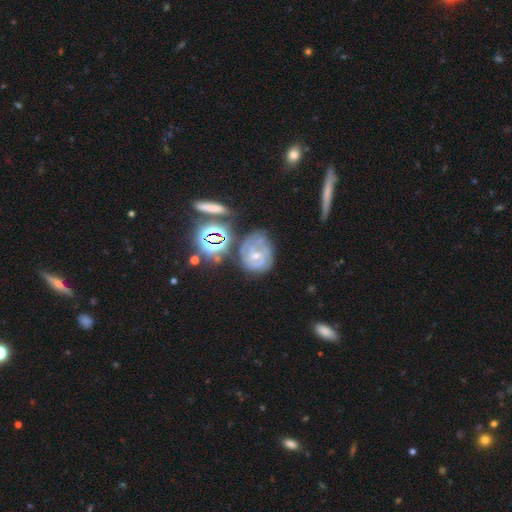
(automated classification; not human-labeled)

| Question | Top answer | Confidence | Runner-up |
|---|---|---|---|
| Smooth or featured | featured or disk | 75% | smooth (13%) |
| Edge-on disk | no | 97% | yes (3%) |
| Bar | no | 50% | weak (39%) |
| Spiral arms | yes | 91% | no (9%) |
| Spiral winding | tight | 65% | medium (28%) |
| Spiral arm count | can't tell | 32% | 2 (29%) |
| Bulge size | small | 54% | moderate (40%) |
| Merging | none | 54% | minor disturbance (24%) |